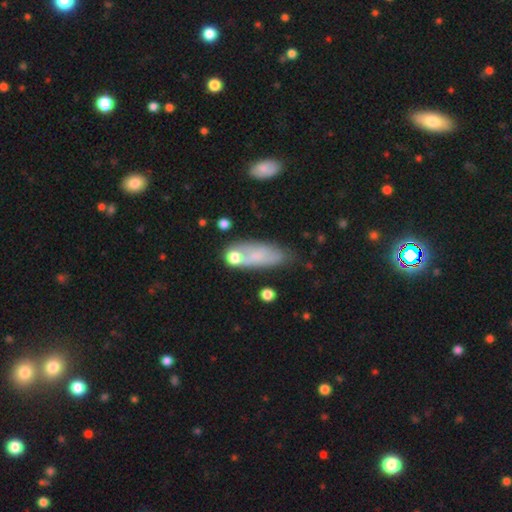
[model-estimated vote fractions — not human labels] Smooth or featured: smooth — 62% (featured or disk — 28%)
How rounded: in between — 71% (cigar-shaped — 25%)
Merging: none — 51% (minor disturbance — 27%)